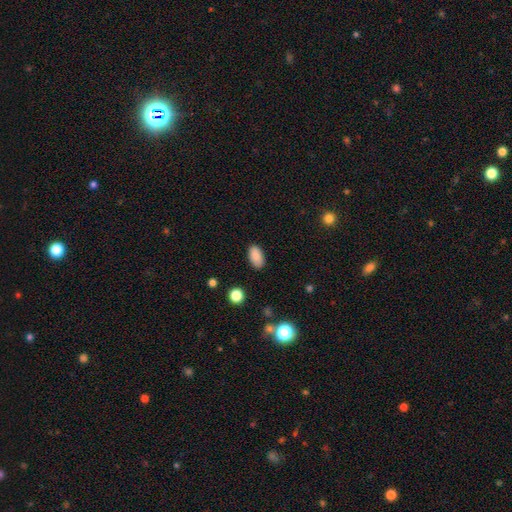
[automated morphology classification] The model was most divided on "merging": none: 86%, minor disturbance: 10%, major disturbance: 2%, merger: 1%. More confident: how rounded — in between (94%); smooth or featured — smooth (87%).